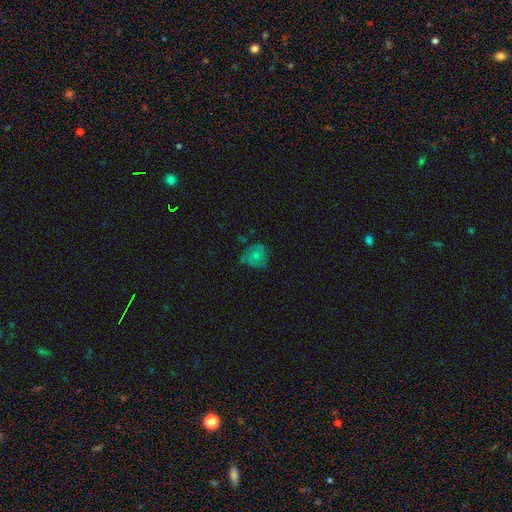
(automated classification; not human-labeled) A smooth galaxy with no disk features (60%) that is round (70%).

Vote fractions:
- Smooth or featured? smooth: 60% / featured or disk: 29% / star or artifact: 11%
- How rounded? round: 70% / in between: 29% / cigar-shaped: 1%
- Merging? none: 47% / minor disturbance: 34% / major disturbance: 16% / merger: 3%